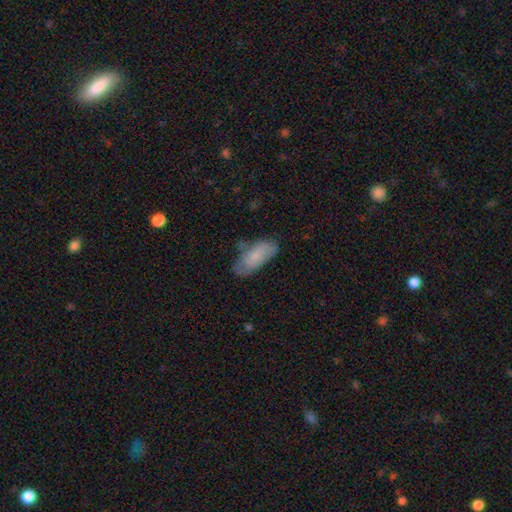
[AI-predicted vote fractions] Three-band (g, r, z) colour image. It shows a smooth galaxy with no disk features (74%) that is in between round and cigar-shaped (85%). Merging: none (61%).